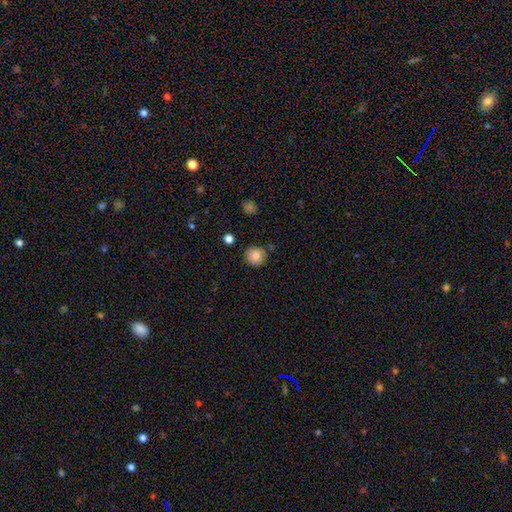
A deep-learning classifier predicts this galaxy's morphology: A smooth galaxy with no disk features (83%) that is round (91%). Merging: none (80%).